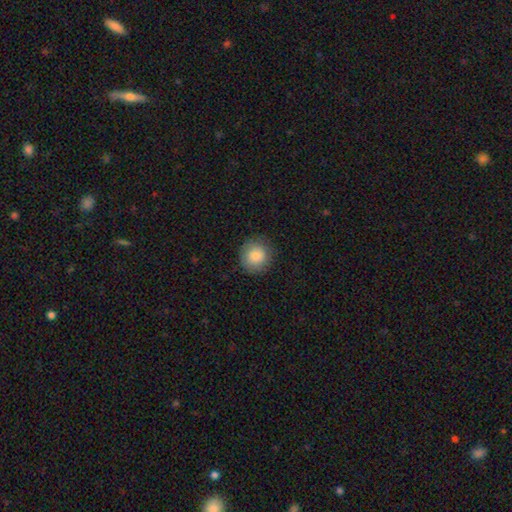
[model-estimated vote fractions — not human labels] Q: Smooth or featured?
A: smooth (83%); runner-up: featured or disk (8%)
Q: How rounded?
A: round (91%); runner-up: in between (8%)
Q: Merging?
A: none (85%); runner-up: minor disturbance (11%)